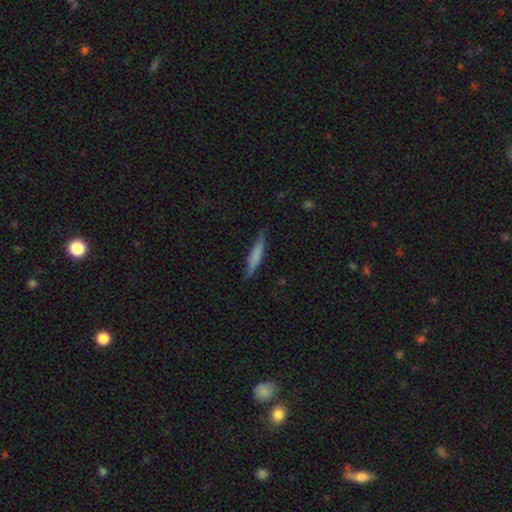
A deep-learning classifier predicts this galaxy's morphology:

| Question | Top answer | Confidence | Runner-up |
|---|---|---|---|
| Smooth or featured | smooth | 67% | featured or disk (27%) |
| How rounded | cigar-shaped | 91% | in between (8%) |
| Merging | none | 81% | minor disturbance (15%) |